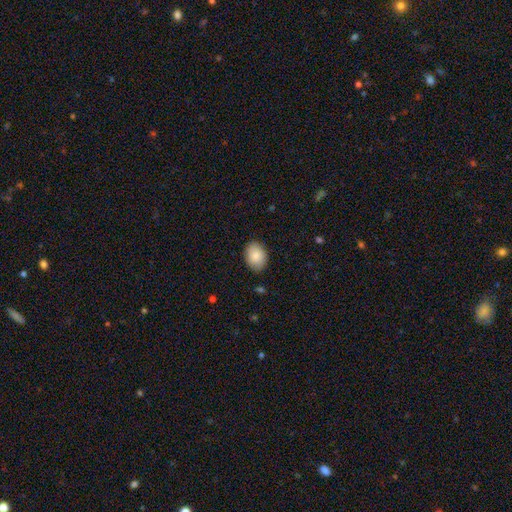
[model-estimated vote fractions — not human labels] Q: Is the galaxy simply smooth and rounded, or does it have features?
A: smooth — 87%.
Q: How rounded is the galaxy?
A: in between — 75%.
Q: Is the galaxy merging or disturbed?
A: none — 85%.